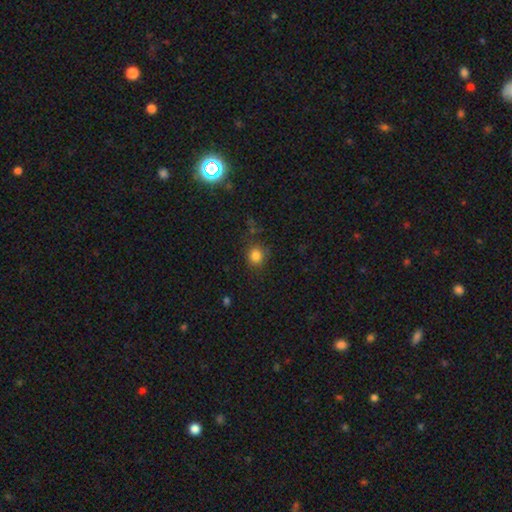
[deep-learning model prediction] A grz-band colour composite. It shows a smooth galaxy with no disk features (83%) that is round (84%). Merging: none (83%).